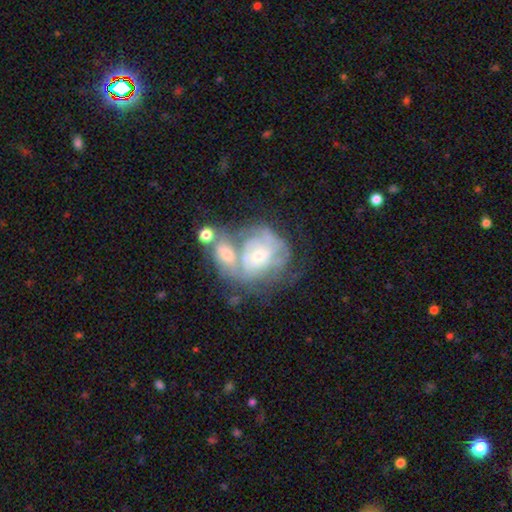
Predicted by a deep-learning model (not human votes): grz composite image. It shows a featured or disk galaxy (71%) with no bar (77%), spiral arms (71%) and a small central bulge (51%). Merging: merger (50%).